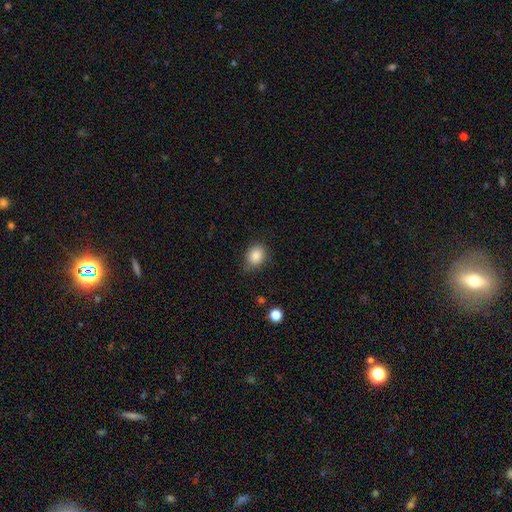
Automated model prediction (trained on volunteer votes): Smooth or featured? smooth (85%)
How rounded? round (53%)
Merging? none (76%)